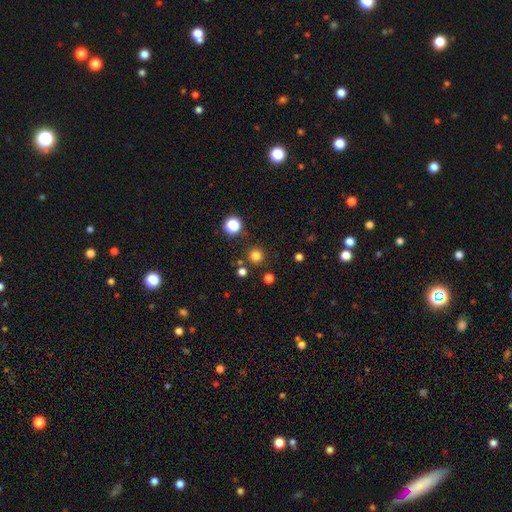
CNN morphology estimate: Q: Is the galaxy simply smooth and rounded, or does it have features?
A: smooth — 78%.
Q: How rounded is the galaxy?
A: round — 95%.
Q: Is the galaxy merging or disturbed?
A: none — 88%.